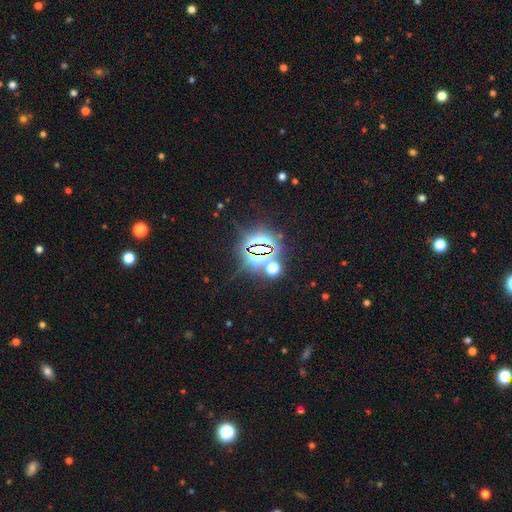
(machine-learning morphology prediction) type=star or artifact (81%).